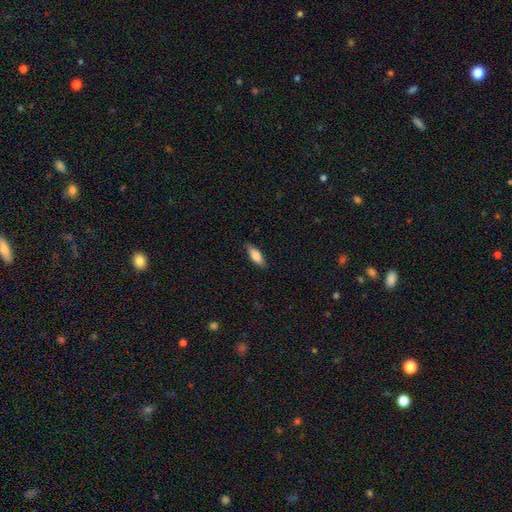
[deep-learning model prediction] This appears to be a smooth galaxy with no disk features (78%) that is in between round and cigar-shaped (61%). Merging: none (83%).